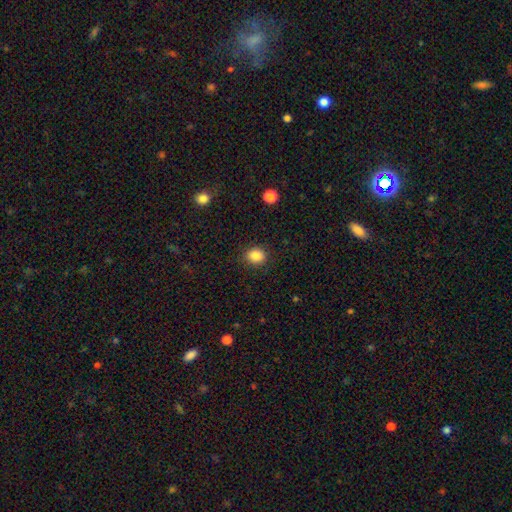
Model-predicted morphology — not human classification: The model was most divided on "how rounded": round: 63%, in between: 36%, cigar-shaped: 1%. More confident: merging — none (88%); smooth or featured — smooth (87%).